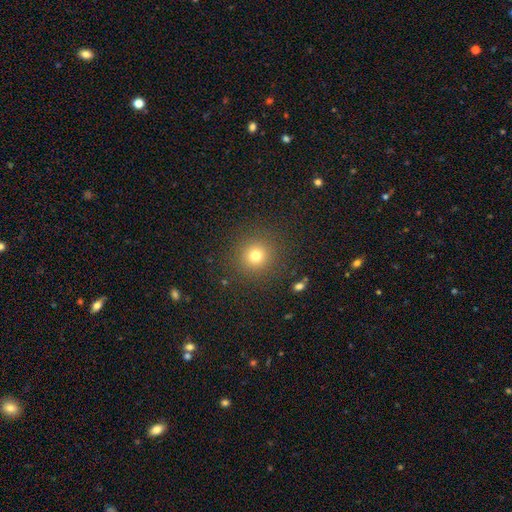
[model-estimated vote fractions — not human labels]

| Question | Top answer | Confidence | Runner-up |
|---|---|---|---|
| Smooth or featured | smooth | 75% | star or artifact (17%) |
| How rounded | round | 93% | in between (6%) |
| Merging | none | 89% | minor disturbance (7%) |